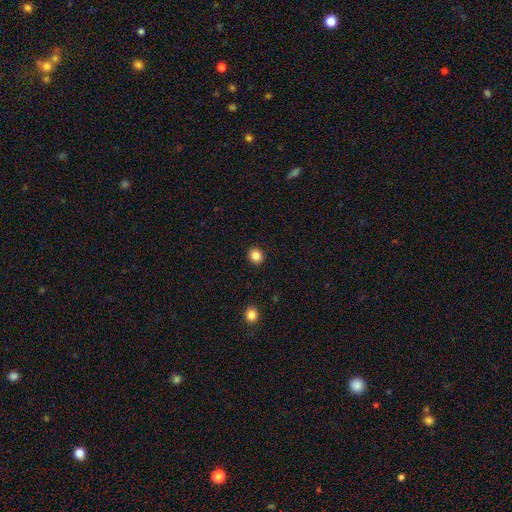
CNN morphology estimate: smooth-or-featured: smooth: 86% | star or artifact: 11% | featured or disk: 4%
  how-rounded: round: 86% | in between: 13% | cigar-shaped: 1%
  merging: none: 93% | minor disturbance: 5% | major disturbance: 2% | merger: 1%